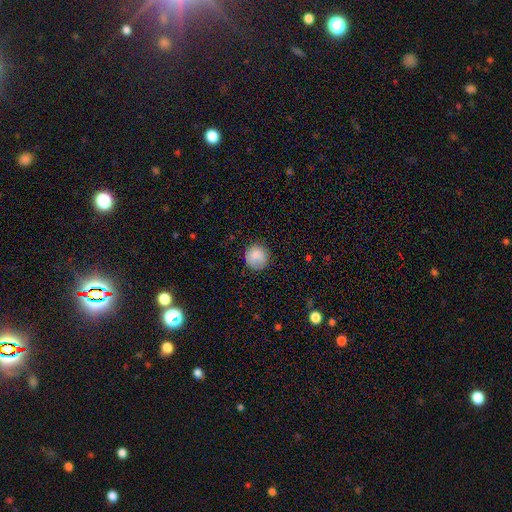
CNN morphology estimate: Smooth or featured? Predicted: smooth (p=0.87). How rounded? Predicted: round (p=0.93). Merging? Predicted: none (p=0.82).